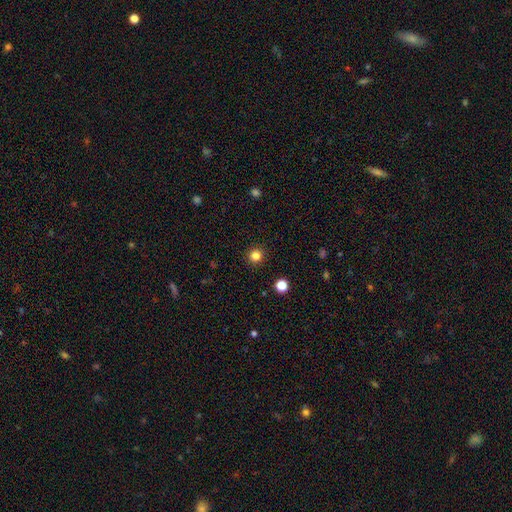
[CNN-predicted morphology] Overall: smooth (83%). How rounded: round (94%). Merging: none (93%).